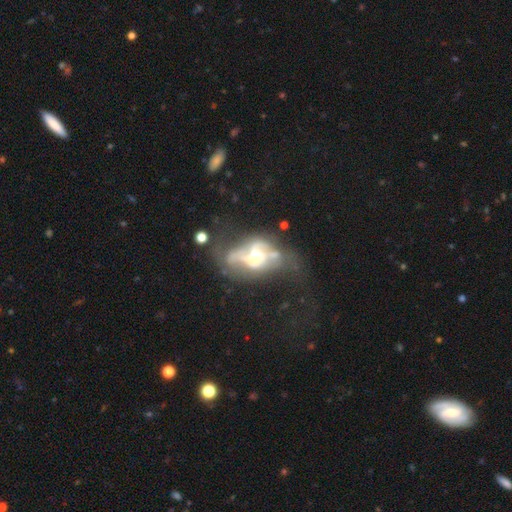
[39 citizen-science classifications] Smooth or featured? featured or disk (79%)
Edge-on disk? no (81%)
Bar? strong (44%)
Spiral arms? no (60%)
Bulge size? small (48%)
Merging? major disturbance (50%)